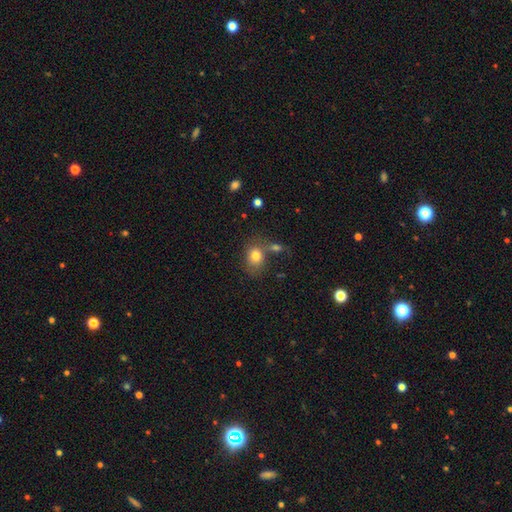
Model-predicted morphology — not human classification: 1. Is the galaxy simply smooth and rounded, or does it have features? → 78% smooth, 11% featured or disk, 11% star or artifact.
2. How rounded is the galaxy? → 54% round, 45% in between, 1% cigar-shaped.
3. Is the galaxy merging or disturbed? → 51% none, 25% merger, 15% minor disturbance, 8% major disturbance.